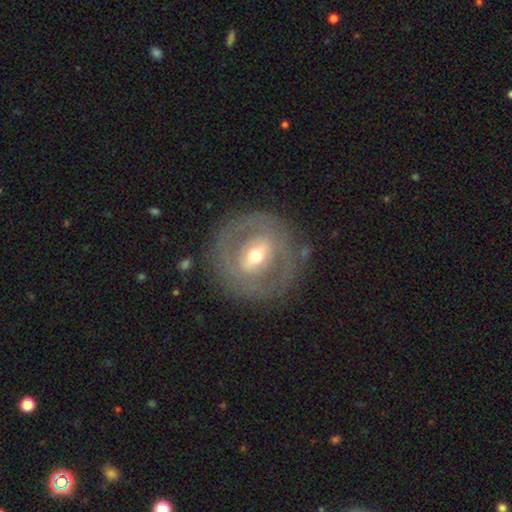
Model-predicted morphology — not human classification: A featured or disk galaxy (68%) with a weak bar (39%), no spiral arms (70%) and a moderate central bulge (66%). Merging: none (80%).